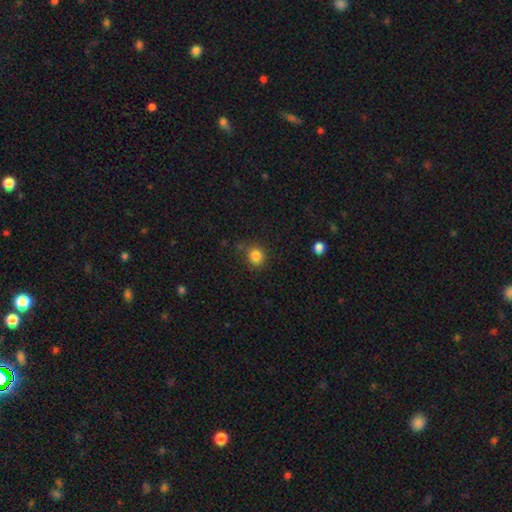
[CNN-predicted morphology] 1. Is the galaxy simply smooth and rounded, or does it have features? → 84% smooth, 11% star or artifact, 5% featured or disk.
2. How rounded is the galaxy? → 81% round, 18% in between, 1% cigar-shaped.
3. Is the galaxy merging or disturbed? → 76% none, 16% minor disturbance, 4% major disturbance, 4% merger.